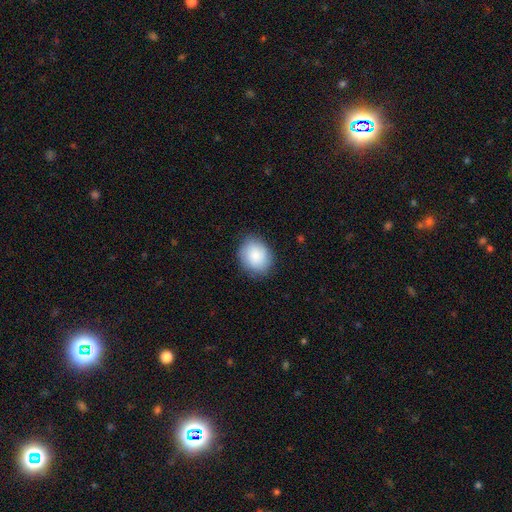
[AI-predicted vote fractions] smooth 84%, featured or disk 9%, star or artifact 7%. Down the decision tree: how rounded — round (54%); merging — none (83%).